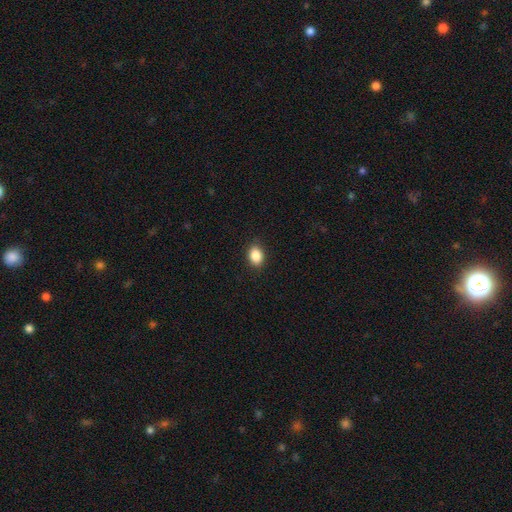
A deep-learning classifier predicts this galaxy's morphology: smooth 87%, star or artifact 9%, featured or disk 4%. Down the decision tree: how rounded — in between (72%); merging — none (88%).